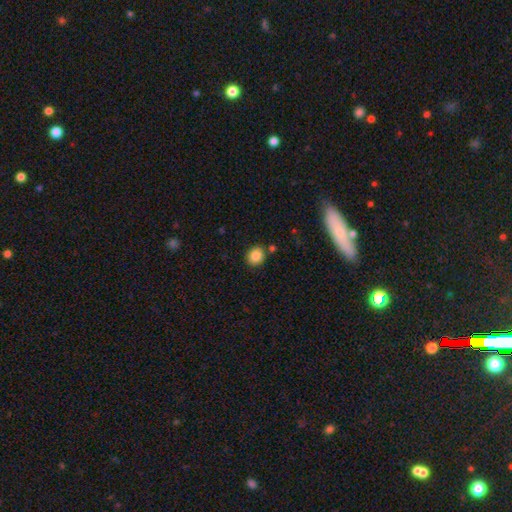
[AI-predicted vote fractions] A smooth galaxy with no disk features (86%) that is round (69%). Merging: none (82%).